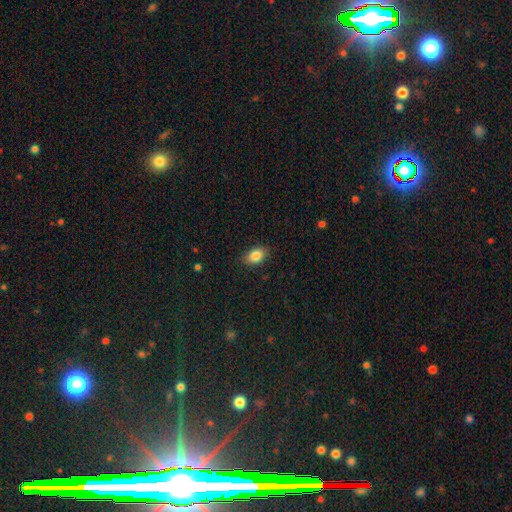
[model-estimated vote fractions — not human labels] Smooth or featured? Predicted: smooth (p=0.84). How rounded? Predicted: in between (p=0.85). Merging? Predicted: none (p=0.86).